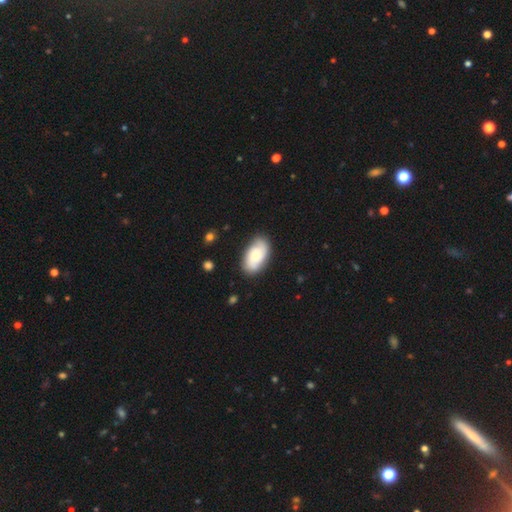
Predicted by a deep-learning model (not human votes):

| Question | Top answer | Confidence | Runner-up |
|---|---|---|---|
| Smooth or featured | smooth | 57% | featured or disk (37%) |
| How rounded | in between | 94% | round (5%) |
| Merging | none | 81% | minor disturbance (14%) |